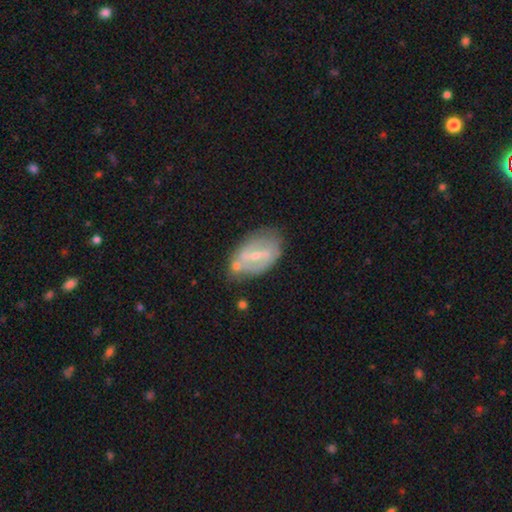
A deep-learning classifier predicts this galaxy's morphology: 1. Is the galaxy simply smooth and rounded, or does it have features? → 70% featured or disk, 24% smooth, 6% star or artifact.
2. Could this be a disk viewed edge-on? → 94% no, 6% yes.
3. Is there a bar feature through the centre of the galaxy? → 46% weak, 38% strong, 16% no.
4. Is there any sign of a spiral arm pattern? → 59% yes, 41% no.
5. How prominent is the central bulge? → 59% small, 36% moderate, 3% none, 1% large, 1% dominant.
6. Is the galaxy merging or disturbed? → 58% none, 24% minor disturbance, 10% merger, 8% major disturbance.